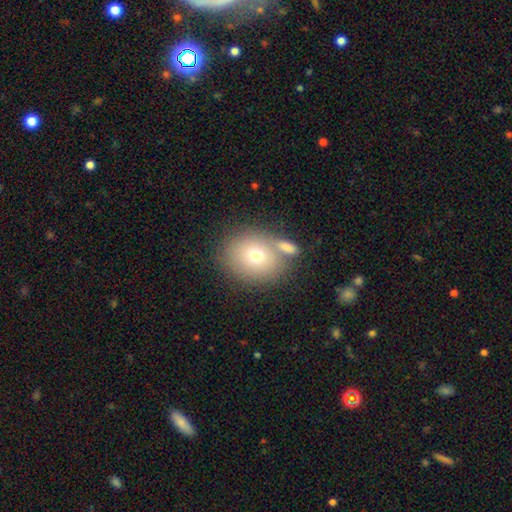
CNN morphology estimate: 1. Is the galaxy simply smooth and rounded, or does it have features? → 70% smooth, 18% featured or disk, 12% star or artifact.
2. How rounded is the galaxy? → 67% round, 32% in between, 1% cigar-shaped.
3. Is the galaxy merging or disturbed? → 63% none, 20% merger, 12% minor disturbance, 5% major disturbance.